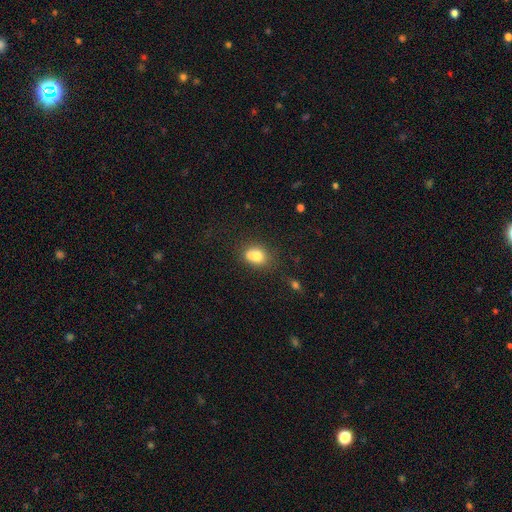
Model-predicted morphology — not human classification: Smooth or featured?
  - smooth: 73% *
  - featured or disk: 16%
  - star or artifact: 11%
How rounded?
  - in between: 57% *
  - round: 42%
  - cigar-shaped: 2%
Merging?
  - merger: 41% *
  - none: 38%
  - minor disturbance: 15%
  - major disturbance: 6%